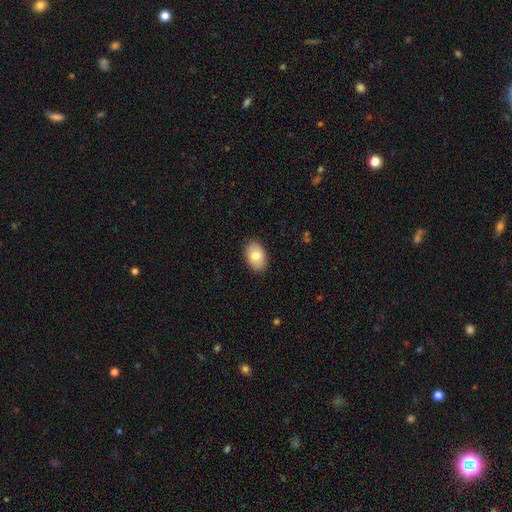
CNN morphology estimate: Overall: smooth (81%). How rounded: in between (89%). Merging: none (88%).